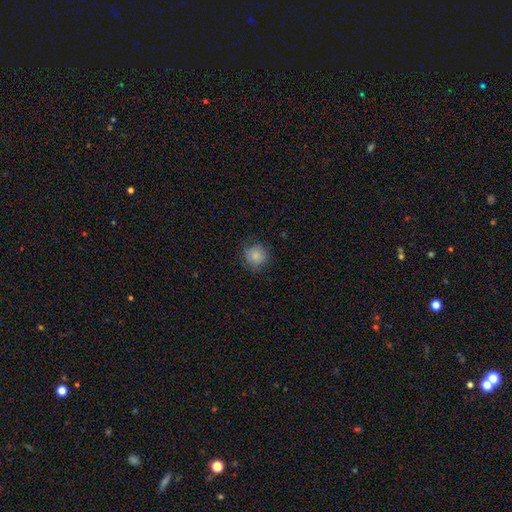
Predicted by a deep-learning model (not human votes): Morphology: type=smooth (82%); roundness=round (92%); merging=none (79%).